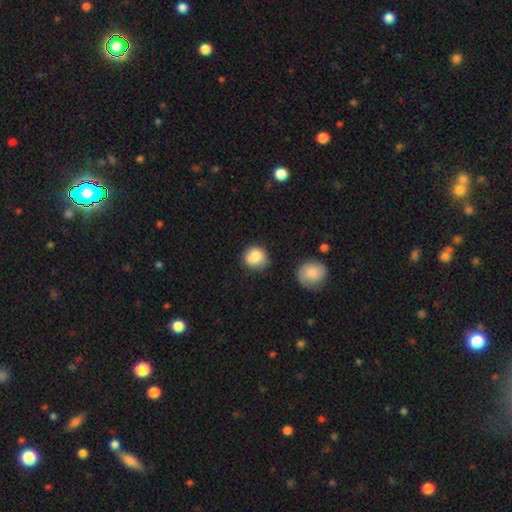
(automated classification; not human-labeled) Smooth or featured? smooth (77%)
How rounded? round (82%)
Merging? none (60%)